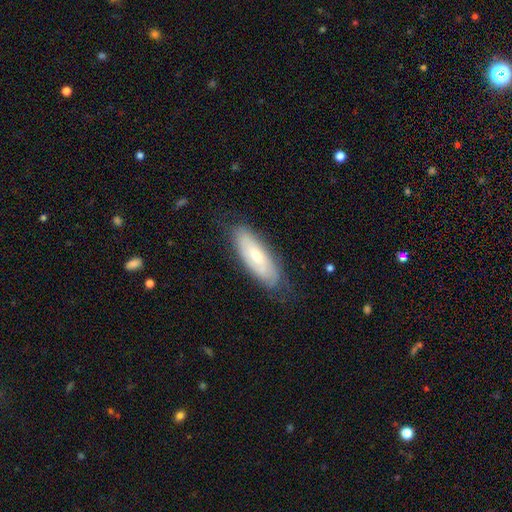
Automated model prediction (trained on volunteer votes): This is possibly a smooth galaxy (50%). How rounded: possibly in between (58%). Merging: likely none (73%).